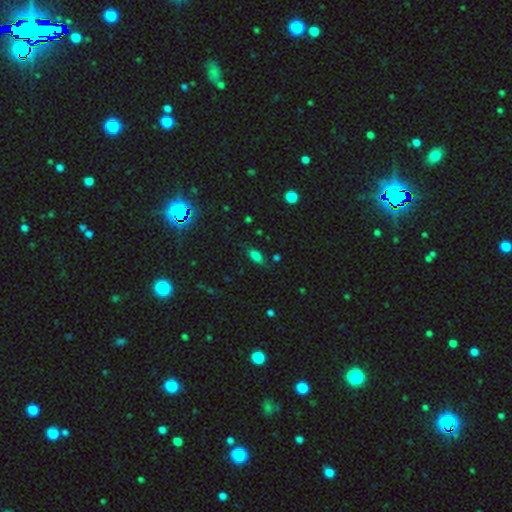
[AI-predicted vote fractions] Smooth or featured? Predicted: smooth (p=0.66). How rounded? Predicted: in between (p=0.74). Merging? Predicted: none (p=0.73).